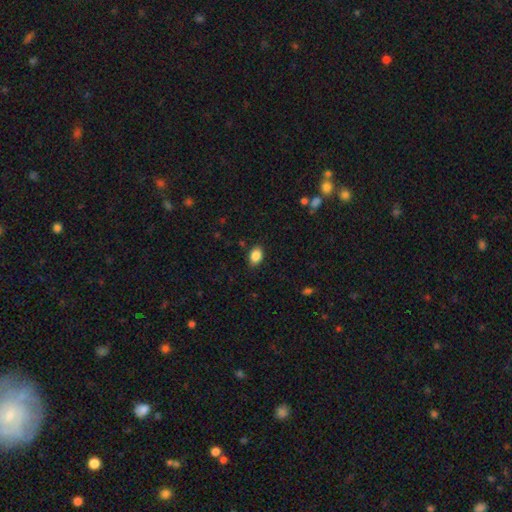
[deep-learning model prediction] A smooth galaxy with no disk features (88%) that is in between round and cigar-shaped (80%). Merging: none (86%).